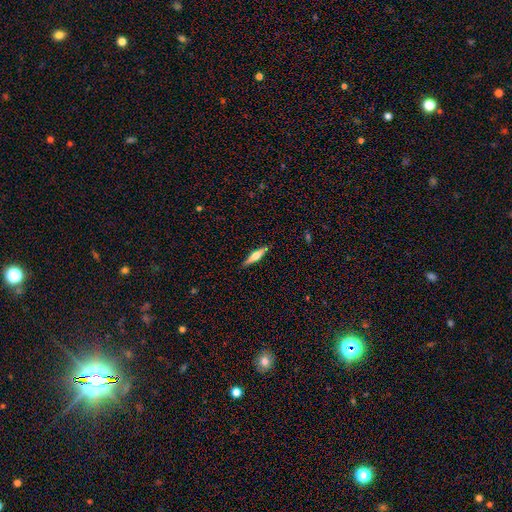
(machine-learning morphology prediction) Smooth or featured? Predicted: featured or disk (p=0.55). Edge-on disk? Predicted: yes (p=0.96). Edge-on bulge? Predicted: rounded (p=0.91). Merging? Predicted: none (p=0.89).